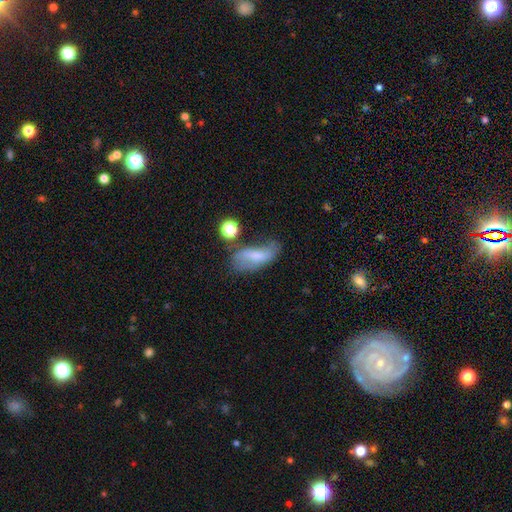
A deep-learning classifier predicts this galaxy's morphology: Smooth or featured? Predicted: smooth (p=0.50). How rounded? Predicted: in between (p=0.77). Merging? Predicted: none (p=0.42).